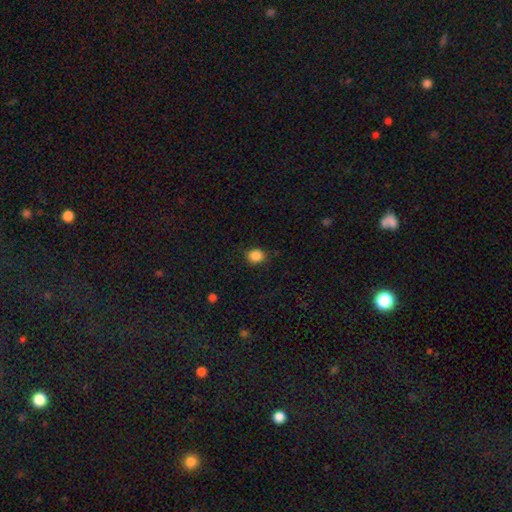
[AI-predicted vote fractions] Morphology: type=smooth (87%); roundness=round (61%); merging=none (85%).